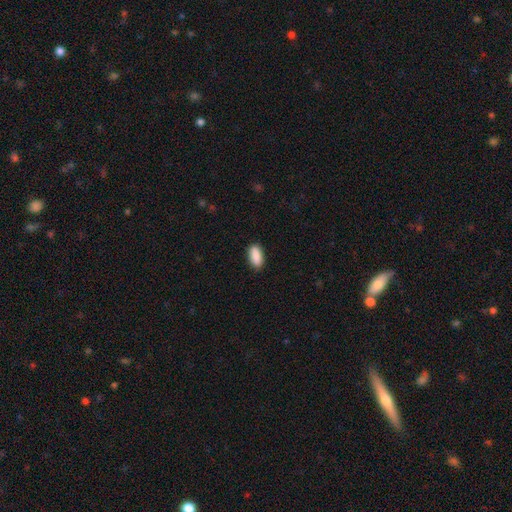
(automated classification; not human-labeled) Smooth or featured: smooth — 90% (star or artifact — 6%)
How rounded: in between — 88% (cigar-shaped — 9%)
Merging: none — 88% (minor disturbance — 9%)